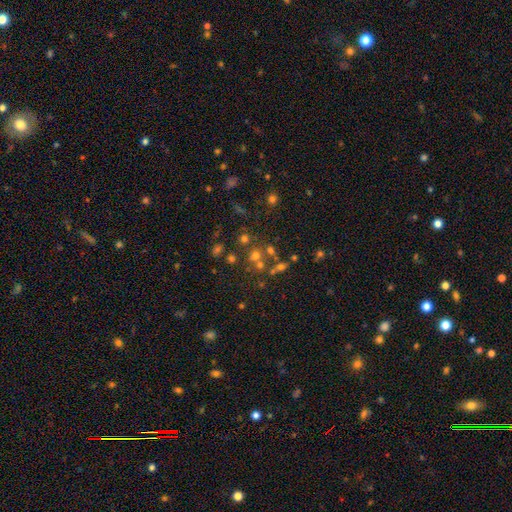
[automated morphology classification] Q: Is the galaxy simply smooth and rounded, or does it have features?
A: smooth — 48%.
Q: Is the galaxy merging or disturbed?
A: none — 61%.